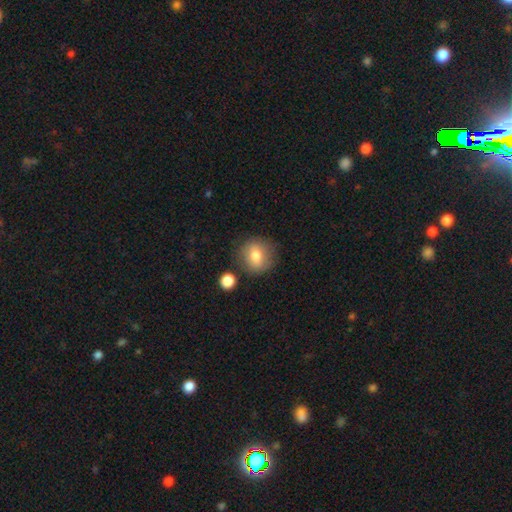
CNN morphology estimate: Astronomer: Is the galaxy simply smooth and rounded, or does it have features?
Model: smooth — 76%.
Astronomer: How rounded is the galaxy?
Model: round — 82%.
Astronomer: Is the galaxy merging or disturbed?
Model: none — 79%.